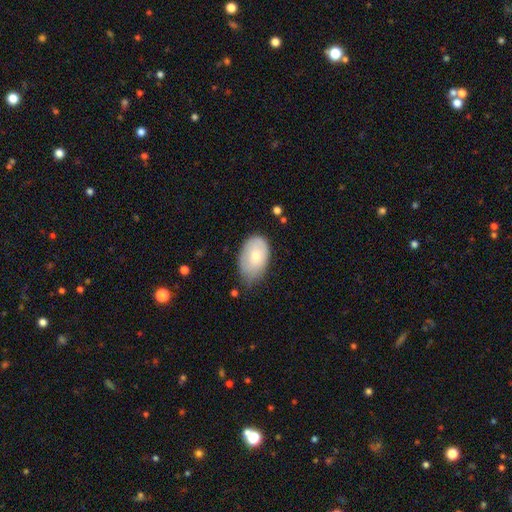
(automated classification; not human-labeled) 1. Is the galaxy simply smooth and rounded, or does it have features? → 73% smooth, 21% featured or disk, 6% star or artifact.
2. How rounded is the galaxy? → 91% in between, 8% round, 1% cigar-shaped.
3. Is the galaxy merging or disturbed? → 52% none, 38% minor disturbance, 8% major disturbance, 2% merger.